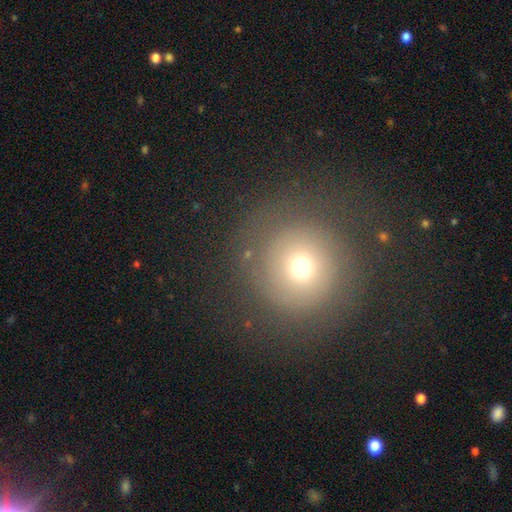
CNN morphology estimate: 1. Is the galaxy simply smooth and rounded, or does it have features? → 54% smooth, 27% featured or disk, 19% star or artifact.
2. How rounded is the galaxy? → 94% round, 5% in between, 1% cigar-shaped.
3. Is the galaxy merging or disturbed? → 80% none, 10% minor disturbance, 9% major disturbance, 2% merger.